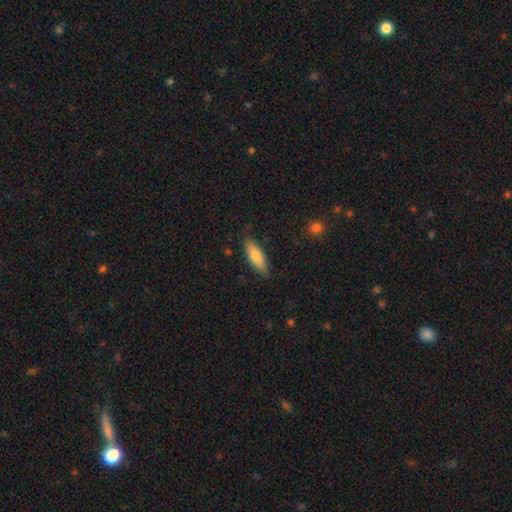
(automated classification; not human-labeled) Smooth or featured?
  - smooth: 73% *
  - featured or disk: 21%
  - star or artifact: 6%
How rounded?
  - cigar-shaped: 50% *
  - in between: 48%
  - round: 2%
Merging?
  - none: 83% *
  - minor disturbance: 13%
  - major disturbance: 2%
  - merger: 1%